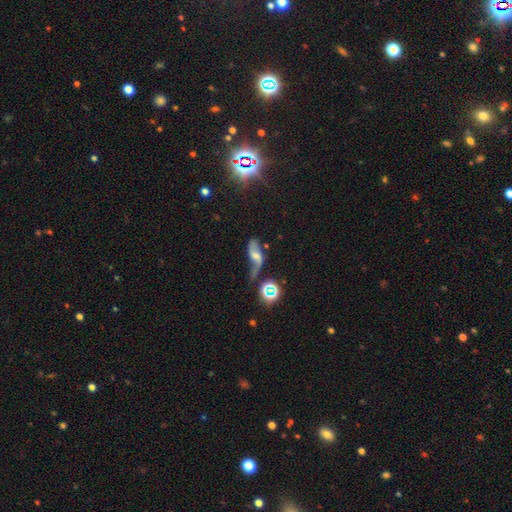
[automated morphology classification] Smooth or featured: featured or disk — 57% (smooth — 28%)
Edge-on disk: no — 90% (yes — 10%)
Bar: no — 46% (weak — 38%)
Spiral arms: yes — 78% (no — 22%)
Bulge size: moderate — 38% (tied with small — 38%)
Merging: none — 33% (major disturbance — 28%)